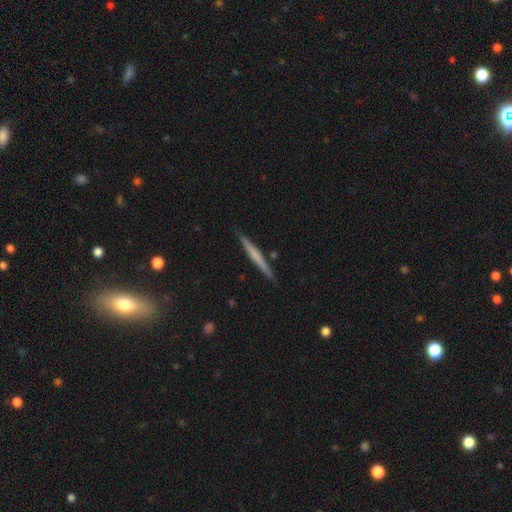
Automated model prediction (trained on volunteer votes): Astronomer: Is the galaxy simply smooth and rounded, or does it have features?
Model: smooth — 48% (runner-up: featured or disk, 46%).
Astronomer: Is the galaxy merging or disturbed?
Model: none — 90%.